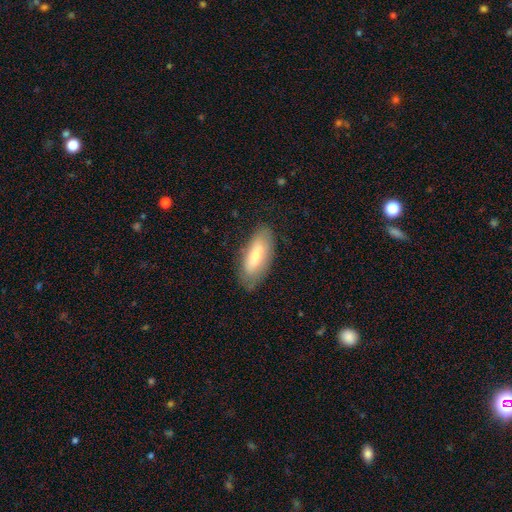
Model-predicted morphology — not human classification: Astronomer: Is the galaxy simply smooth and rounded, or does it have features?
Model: smooth — 63%.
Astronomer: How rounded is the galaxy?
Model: in between — 76%.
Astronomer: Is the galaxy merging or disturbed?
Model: none — 77%.